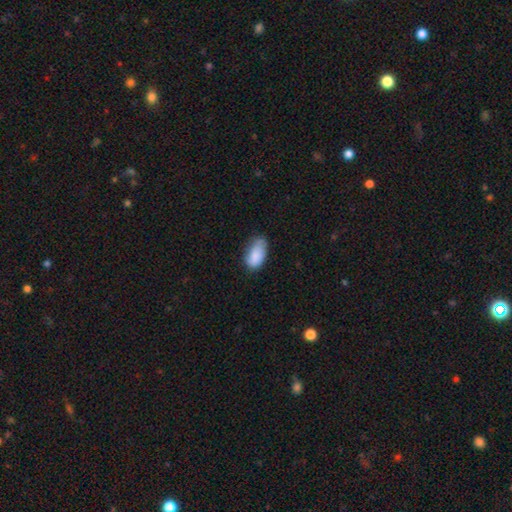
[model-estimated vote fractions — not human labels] Overall: smooth (85%). How rounded: in between (94%). Merging: none (57%; minor disturbance 34%).